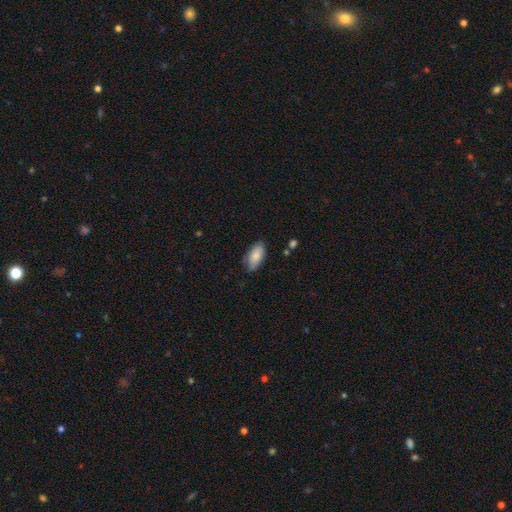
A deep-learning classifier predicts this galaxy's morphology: smooth 83%, featured or disk 11%, star or artifact 6%. Down the decision tree: how rounded — in between (91%); merging — none (76%).